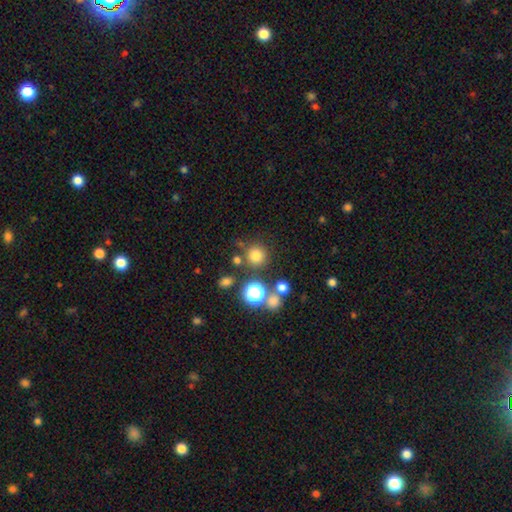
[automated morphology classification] Smooth or featured? Predicted: smooth (p=0.75). How rounded? Predicted: round (p=0.93). Merging? Predicted: none (p=0.79).